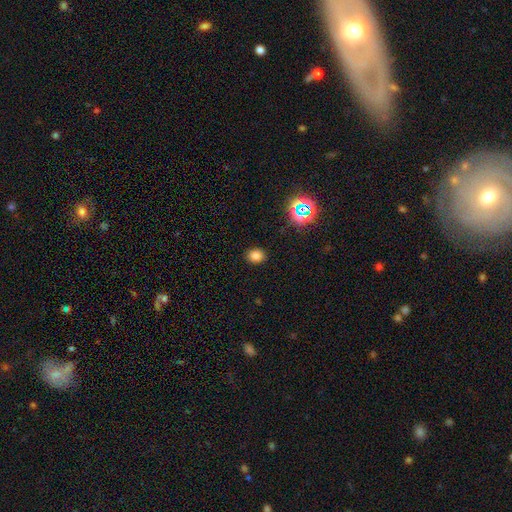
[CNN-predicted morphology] Overall: smooth (78%). How rounded: round (54%; in between 45%). Merging: none (88%).